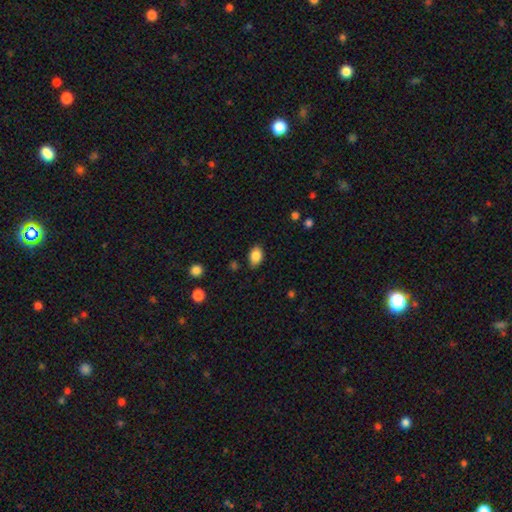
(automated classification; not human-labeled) Smooth or featured? smooth (86%)
How rounded? in between (83%)
Merging? none (83%)